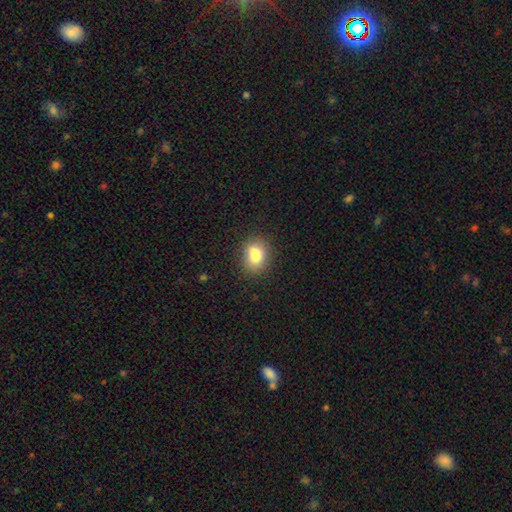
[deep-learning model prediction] Morphology: type=smooth (79%); roundness=in between (53%); merging=none (67%).